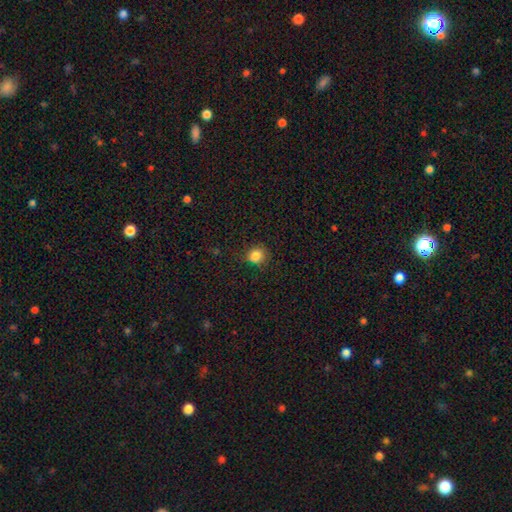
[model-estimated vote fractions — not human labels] Smooth or featured?
  - smooth: 83% *
  - star or artifact: 12%
  - featured or disk: 5%
How rounded?
  - round: 84% *
  - in between: 15%
  - cigar-shaped: 1%
Merging?
  - none: 80% *
  - minor disturbance: 14%
  - major disturbance: 4%
  - merger: 1%